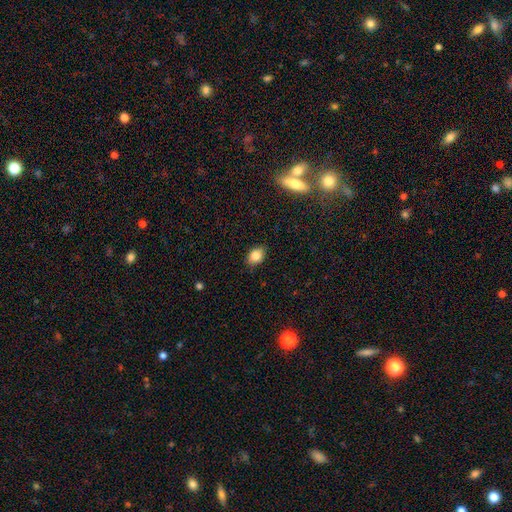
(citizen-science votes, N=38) Smooth or featured?
  - smooth: 82% *
  - featured or disk: 13%
  - star or artifact: 5%
How rounded?
  - in between: 74% *
  - round: 26%
  - cigar-shaped: 0%
Merging?
  - none: 75% *
  - minor disturbance: 19%
  - major disturbance: 3%
  - merger: 3%